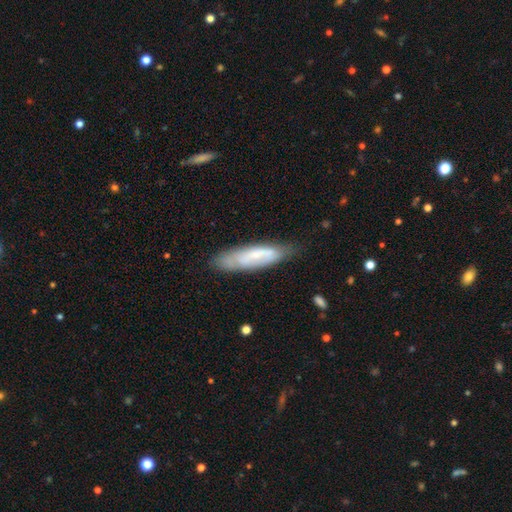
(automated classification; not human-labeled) This appears to be a smooth galaxy with no disk features (50%) that is cigar-shaped (63%). Merging: none (68%).